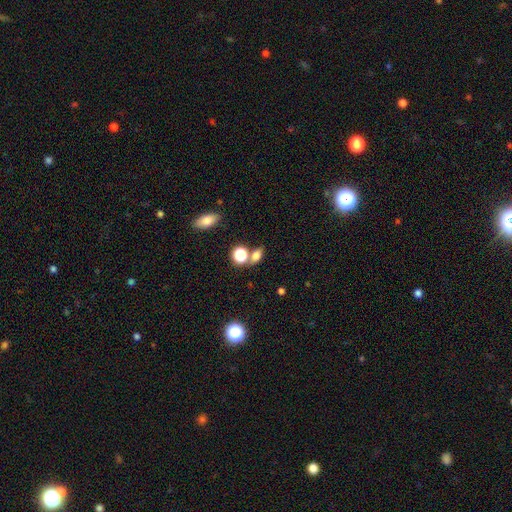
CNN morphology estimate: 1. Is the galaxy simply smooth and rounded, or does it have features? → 72% smooth, 17% star or artifact, 11% featured or disk.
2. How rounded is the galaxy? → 63% in between, 32% round, 5% cigar-shaped.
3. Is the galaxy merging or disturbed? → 59% none, 25% merger, 12% minor disturbance, 5% major disturbance.